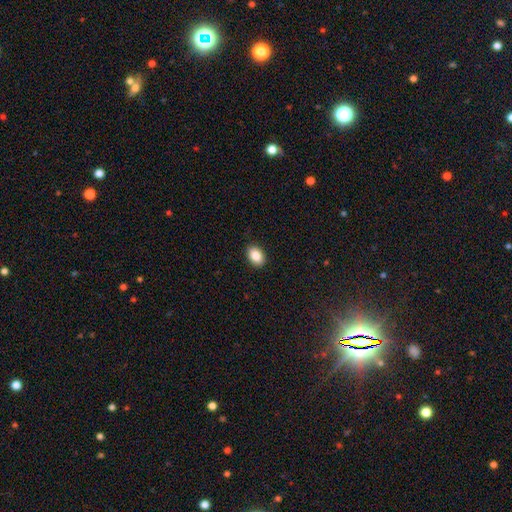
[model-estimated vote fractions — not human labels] Q: Smooth or featured?
A: smooth (87%); runner-up: star or artifact (8%)
Q: How rounded?
A: in between (81%); runner-up: round (18%)
Q: Merging?
A: none (90%); runner-up: minor disturbance (8%)